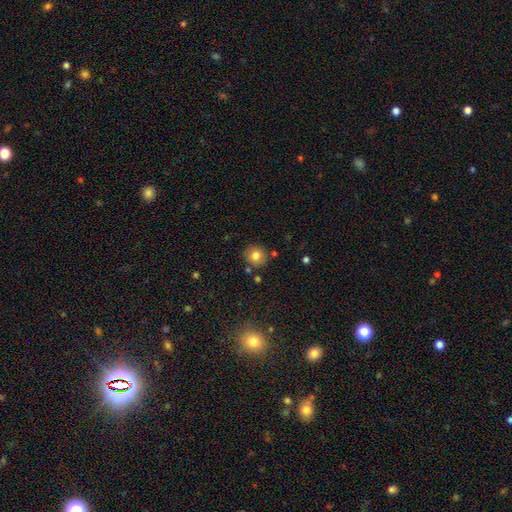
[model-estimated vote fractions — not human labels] smooth 80%, star or artifact 11%, featured or disk 9%. Down the decision tree: how rounded — round (89%); merging — none (83%).